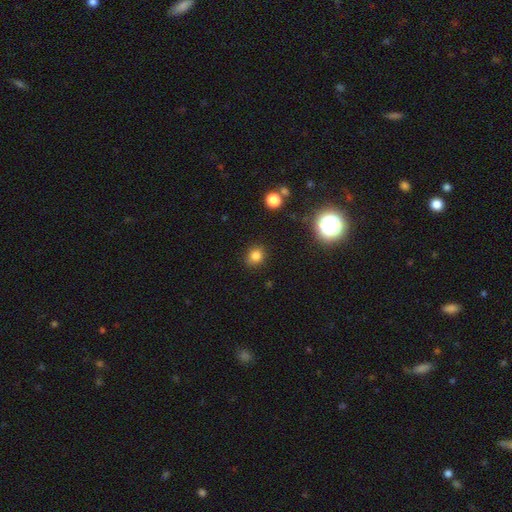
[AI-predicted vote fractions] The model was most divided on "how rounded": round: 76%, in between: 23%, cigar-shaped: 1%. More confident: merging — none (87%); smooth or featured — smooth (80%).